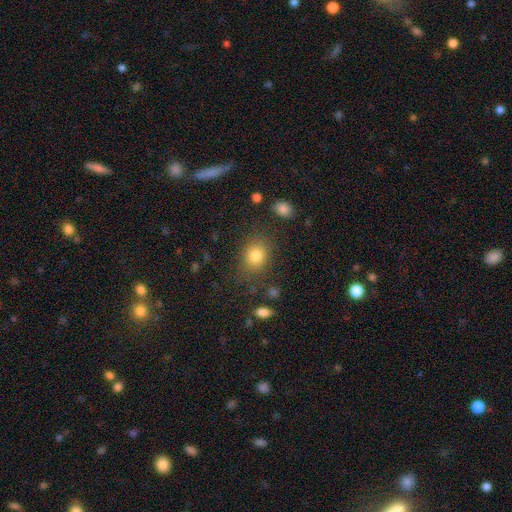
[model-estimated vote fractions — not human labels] Overall: smooth (80%). How rounded: round (57%; in between 42%). Merging: none (80%).